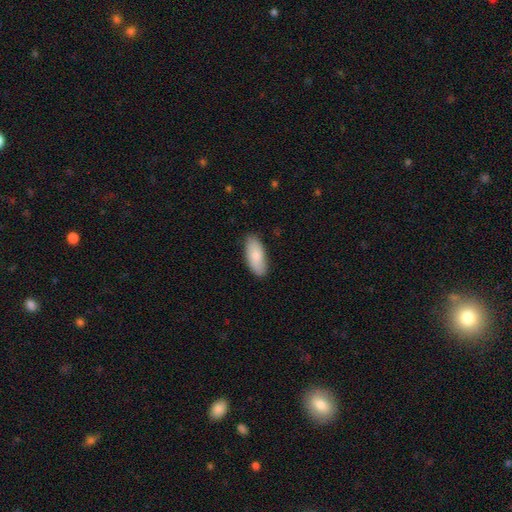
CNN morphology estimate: This appears to be a smooth galaxy with no disk features (81%) that is in between round and cigar-shaped (89%). Merging: none (84%).